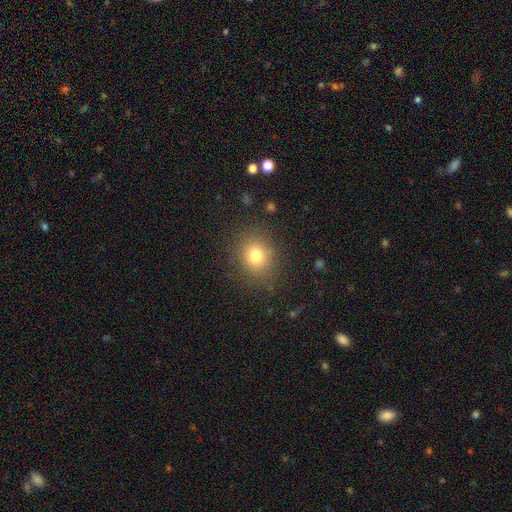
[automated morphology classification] Smooth or featured? smooth (77%)
How rounded? round (72%)
Merging? none (84%)